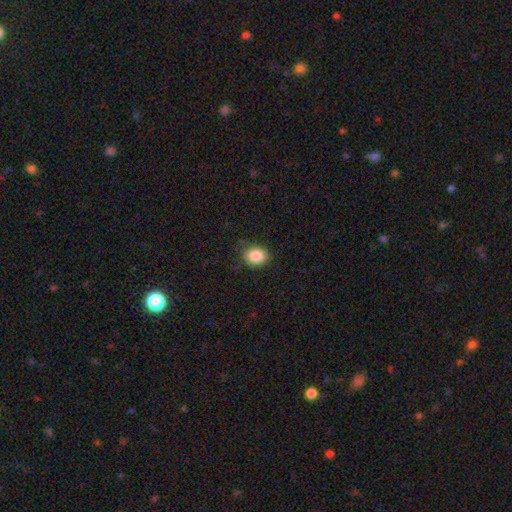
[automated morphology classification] Smooth or featured? smooth (87%)
How rounded? in between (54%)
Merging? none (81%)